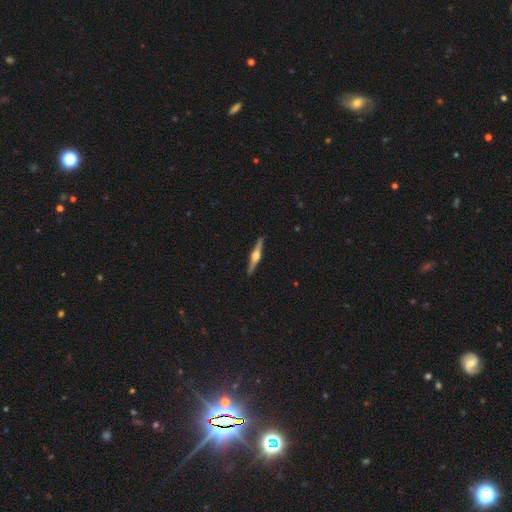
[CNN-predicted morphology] This is likely a featured or disk galaxy (78%). It is clearly viewed edge-on (98%). Edge-on bulge: clearly rounded (93%). Merging: clearly none (92%).